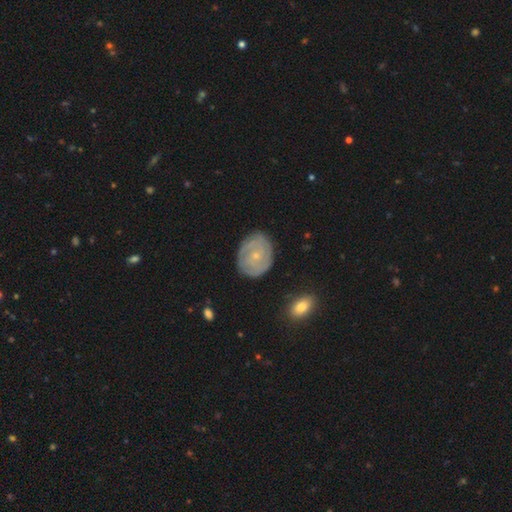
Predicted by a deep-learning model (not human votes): Q: Smooth or featured?
A: featured or disk (68%); runner-up: smooth (26%)
Q: Edge-on disk?
A: no (97%); runner-up: yes (3%)
Q: Bar?
A: no (78%); runner-up: weak (18%)
Q: Spiral arms?
A: yes (77%); runner-up: no (23%)
Q: Spiral winding?
A: tight (73%); runner-up: medium (20%)
Q: Spiral arm count?
A: can't tell (45%); runner-up: 2 (29%)
Q: Bulge size?
A: small (79%); runner-up: moderate (18%)
Q: Merging?
A: none (80%); runner-up: minor disturbance (15%)